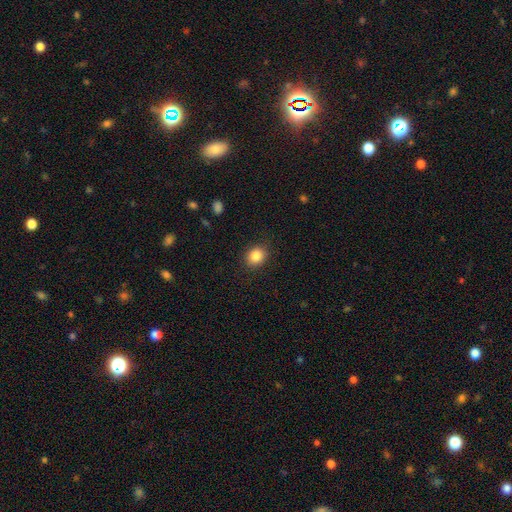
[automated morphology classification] Q: Smooth or featured?
A: smooth (84%); runner-up: star or artifact (10%)
Q: How rounded?
A: round (67%); runner-up: in between (33%)
Q: Merging?
A: none (88%); runner-up: minor disturbance (8%)